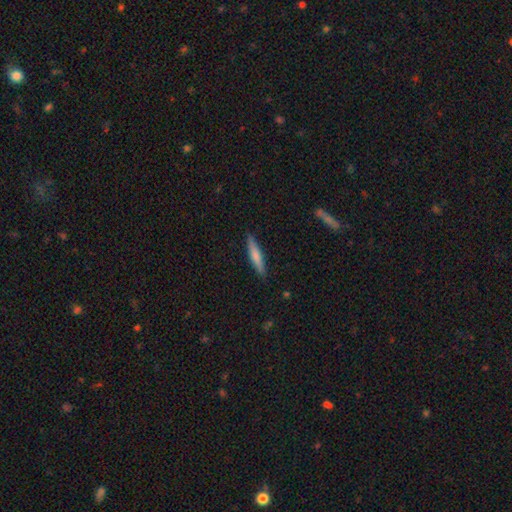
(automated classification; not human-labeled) Morphology: type=smooth (65%); roundness=cigar-shaped (91%); merging=none (89%).